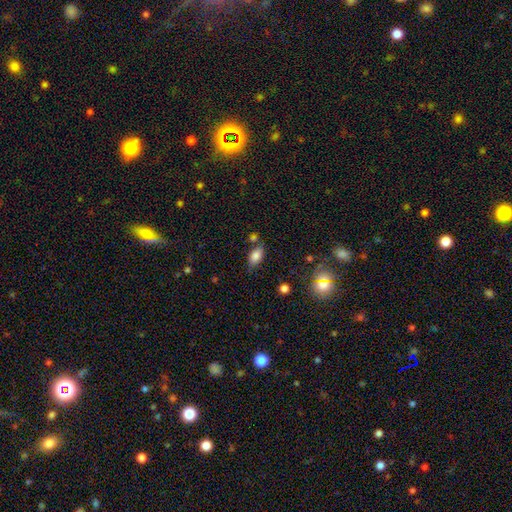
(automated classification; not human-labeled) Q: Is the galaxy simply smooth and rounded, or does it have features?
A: smooth — 79%.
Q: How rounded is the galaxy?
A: in between — 89%.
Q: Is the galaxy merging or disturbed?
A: none — 70%.